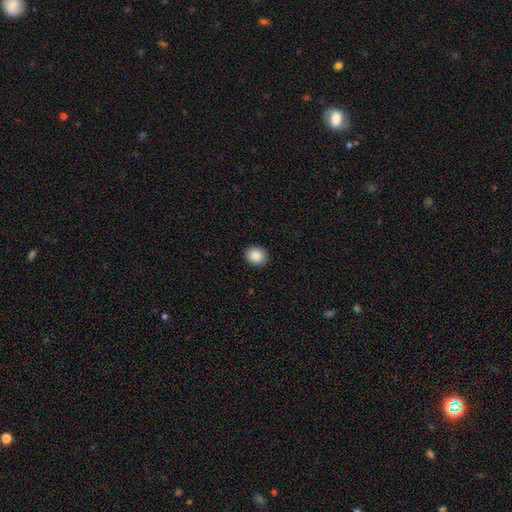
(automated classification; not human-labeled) Smooth or featured? Predicted: smooth (p=0.87). How rounded? Predicted: round (p=0.61). Merging? Predicted: none (p=0.91).